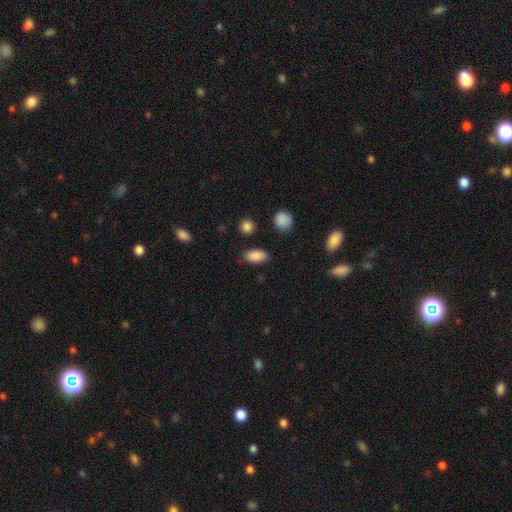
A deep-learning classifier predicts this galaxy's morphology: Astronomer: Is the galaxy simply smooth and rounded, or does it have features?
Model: smooth — 87%.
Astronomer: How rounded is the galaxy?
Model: in between — 91%.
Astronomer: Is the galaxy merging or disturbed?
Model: none — 85%.